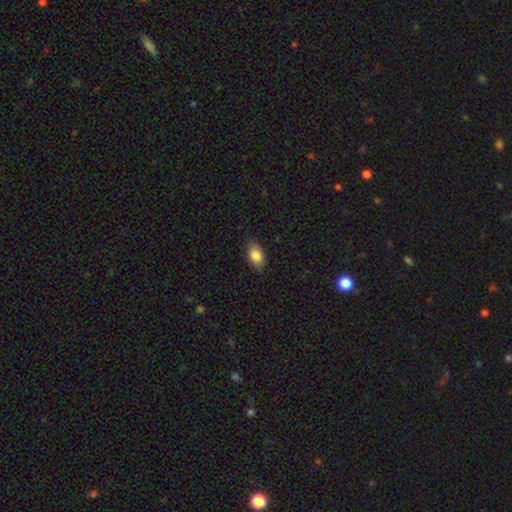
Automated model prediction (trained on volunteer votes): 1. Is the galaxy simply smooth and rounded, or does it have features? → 84% smooth, 8% featured or disk, 8% star or artifact.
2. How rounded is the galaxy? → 88% in between, 9% round, 3% cigar-shaped.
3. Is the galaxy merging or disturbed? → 83% none, 14% minor disturbance, 3% major disturbance, 1% merger.